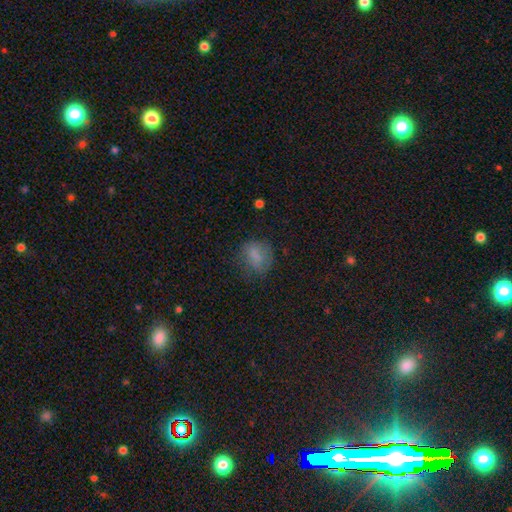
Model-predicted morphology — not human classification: The model was most divided on "how rounded": round: 59%, in between: 39%, cigar-shaped: 2%. More confident: smooth or featured — smooth (74%); merging — none (63%).